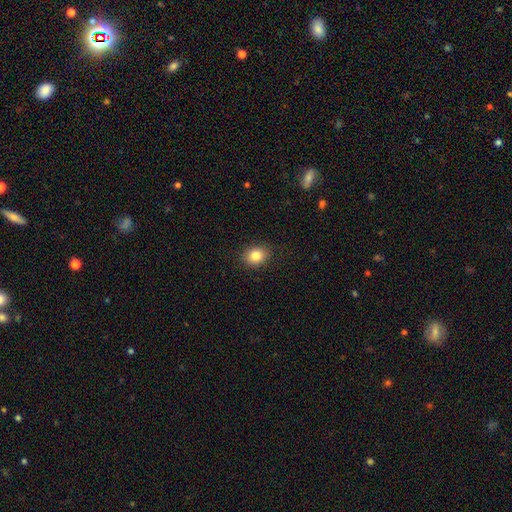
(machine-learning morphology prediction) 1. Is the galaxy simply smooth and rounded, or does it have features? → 84% smooth, 10% star or artifact, 6% featured or disk.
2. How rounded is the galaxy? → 51% round, 48% in between, 1% cigar-shaped.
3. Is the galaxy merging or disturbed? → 88% none, 9% minor disturbance, 2% major disturbance, 1% merger.